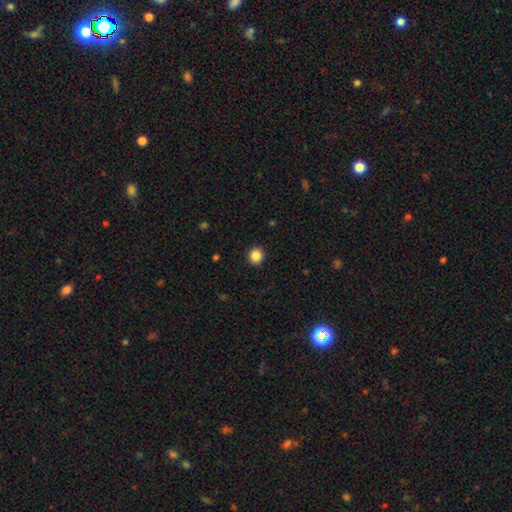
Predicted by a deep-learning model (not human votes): A smooth galaxy with no disk features (87%) that is round (90%). Merging: none (93%).